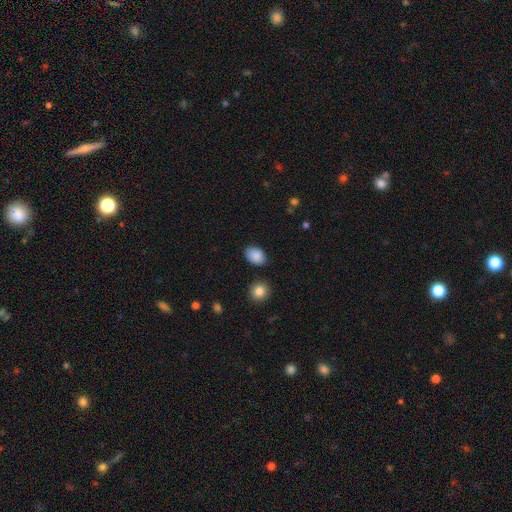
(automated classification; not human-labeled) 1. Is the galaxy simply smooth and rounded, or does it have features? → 88% smooth, 8% star or artifact, 4% featured or disk.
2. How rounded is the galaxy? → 78% in between, 21% round, 1% cigar-shaped.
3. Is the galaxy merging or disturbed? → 84% none, 11% minor disturbance, 3% major disturbance, 2% merger.